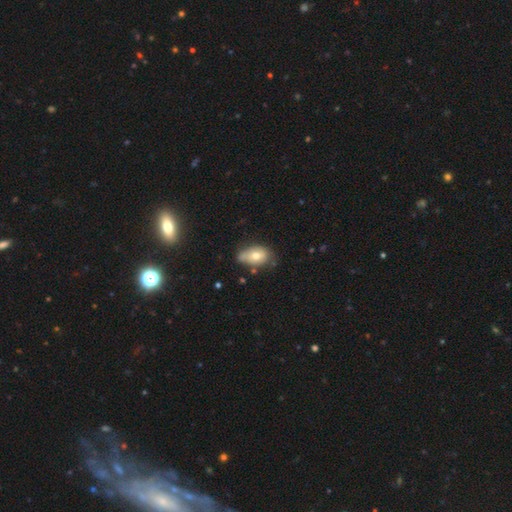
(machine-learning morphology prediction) The model was most divided on "merging": none: 48%, minor disturbance: 36%, major disturbance: 9%, merger: 7%. More confident: how rounded — in between (88%); smooth or featured — smooth (70%).